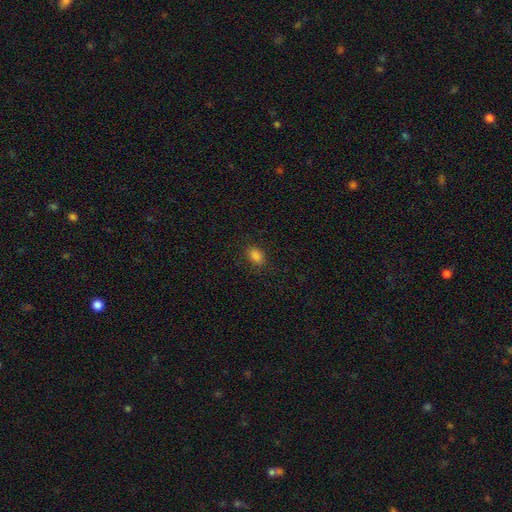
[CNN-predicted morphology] This appears to be a smooth galaxy with no disk features (84%) that is in between round and cigar-shaped (77%). Merging: none (84%).